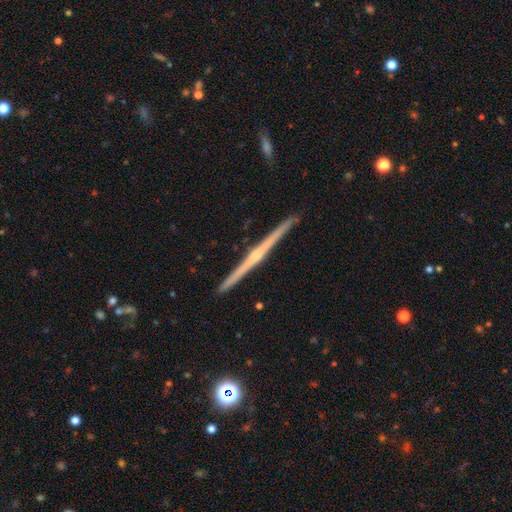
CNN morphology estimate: A featured or disk galaxy (84%) viewed edge-on (99%) with a rounded central bulge (76%). Merging: none (92%).